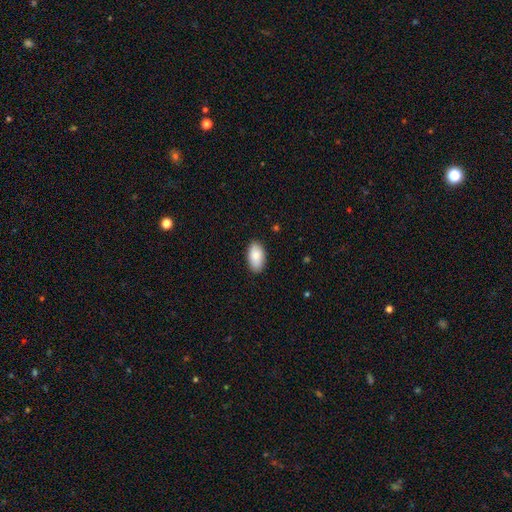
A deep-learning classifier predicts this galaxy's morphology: smooth-or-featured: smooth: 86% | featured or disk: 8% | star or artifact: 6%
  how-rounded: in between: 95% | round: 3% | cigar-shaped: 2%
  merging: none: 85% | minor disturbance: 12% | major disturbance: 2% | merger: 1%